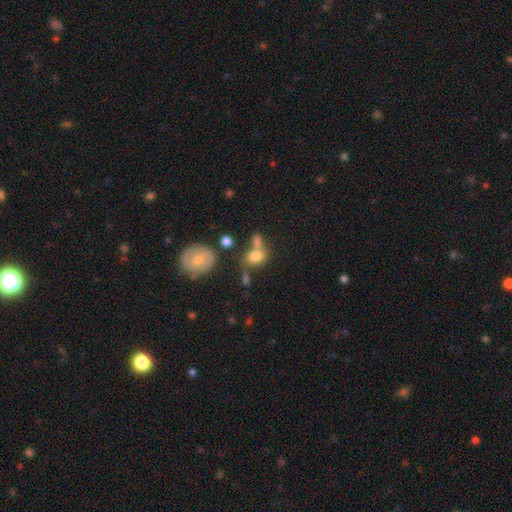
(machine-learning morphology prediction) A smooth galaxy with no disk features (66%) that is round (55%).

Vote fractions:
- Smooth or featured? smooth: 66% / featured or disk: 19% / star or artifact: 15%
- How rounded? round: 55% / in between: 42% / cigar-shaped: 3%
- Merging? none: 50% / merger: 30% / minor disturbance: 14% / major disturbance: 7%